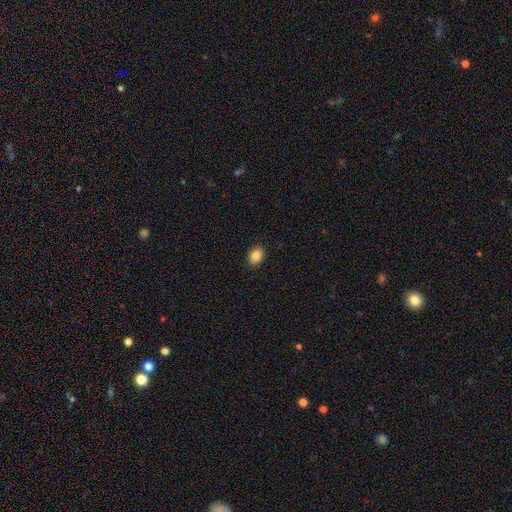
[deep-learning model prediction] Morphology: type=smooth (87%); roundness=in between (65%); merging=none (90%).